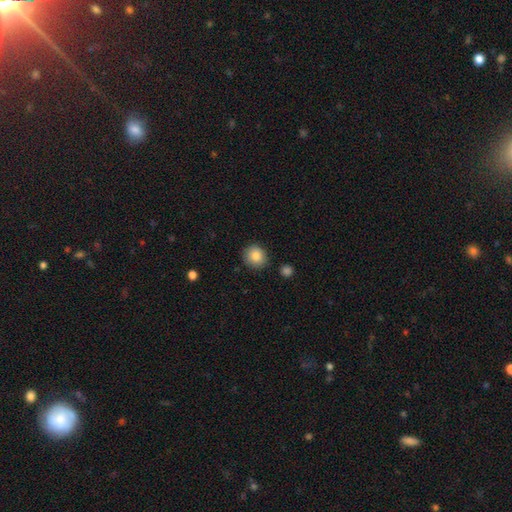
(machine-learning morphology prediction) type=smooth (87%); roundness=round (84%); merging=none (87%).